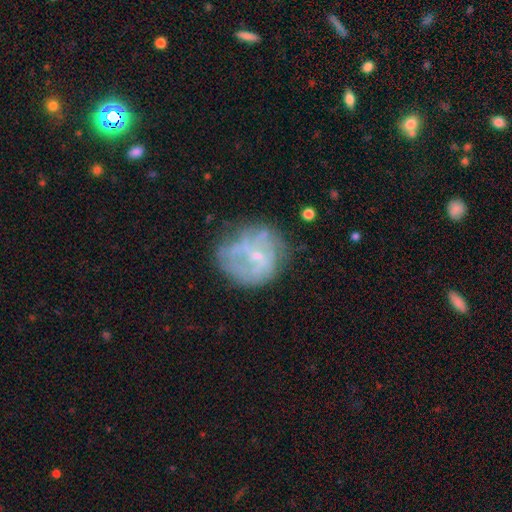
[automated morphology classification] smooth_or_featured: featured or disk (p=0.60) [alt: smooth p=0.29]
disk_edge_on: no (p=0.98) [alt: yes p=0.02]
bar: no (p=0.59) [alt: weak p=0.34]
has_spiral_arms: no (p=0.55) [alt: yes p=0.45]
bulge_size: small (p=0.64) [alt: moderate p=0.17]
merging: none (p=0.53) [alt: minor disturbance p=0.23]